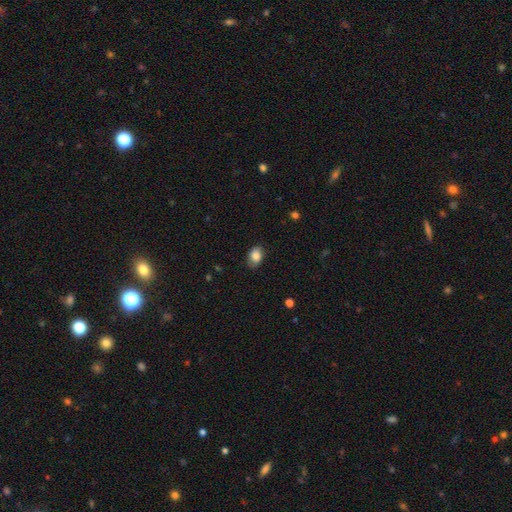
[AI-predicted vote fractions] A smooth galaxy with no disk features (83%) that is in between round and cigar-shaped (78%).

Vote fractions:
- Smooth or featured? smooth: 83% / featured or disk: 9% / star or artifact: 8%
- How rounded? in between: 78% / round: 21% / cigar-shaped: 1%
- Merging? none: 77% / minor disturbance: 18% / major disturbance: 4% / merger: 1%